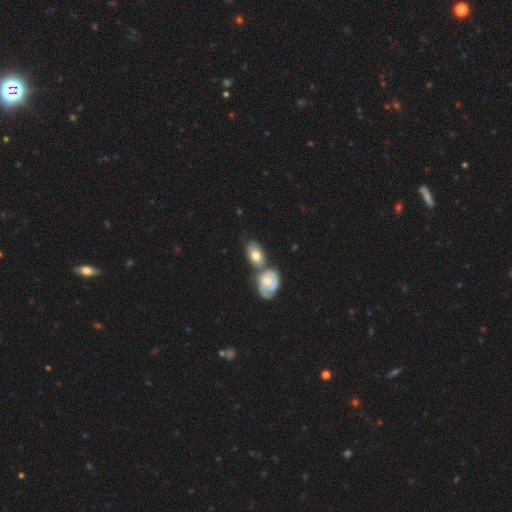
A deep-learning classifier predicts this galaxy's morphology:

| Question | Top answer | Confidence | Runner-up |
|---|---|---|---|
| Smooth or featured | smooth | 48% | featured or disk (45%) |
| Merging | merger | 45% | none (35%) |